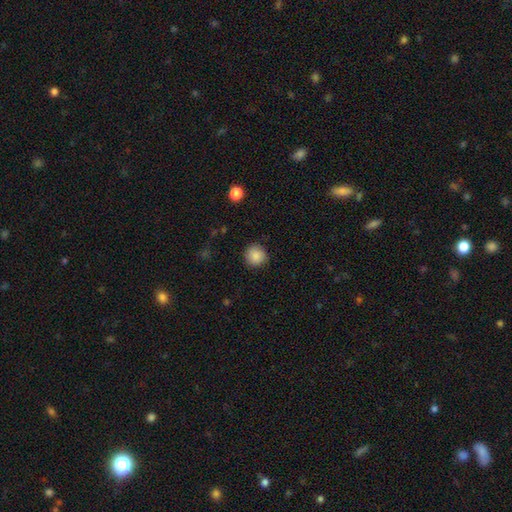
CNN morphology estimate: A smooth galaxy with no disk features (87%) that is round (93%). Merging: none (88%).